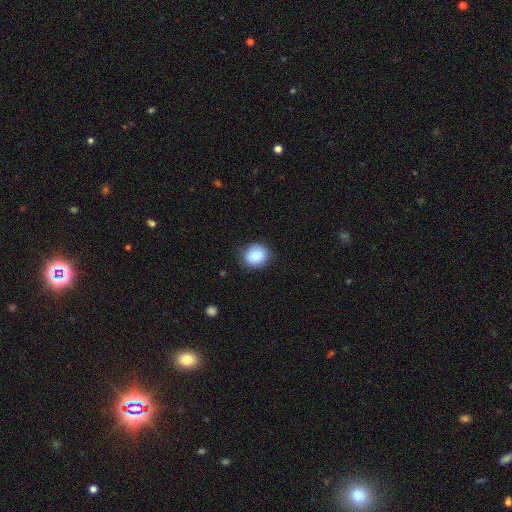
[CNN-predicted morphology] smooth_or_featured: smooth (p=0.88) [alt: star or artifact p=0.08]
how_rounded: round (p=0.75) [alt: in between p=0.24]
merging: none (p=0.83) [alt: minor disturbance p=0.13]